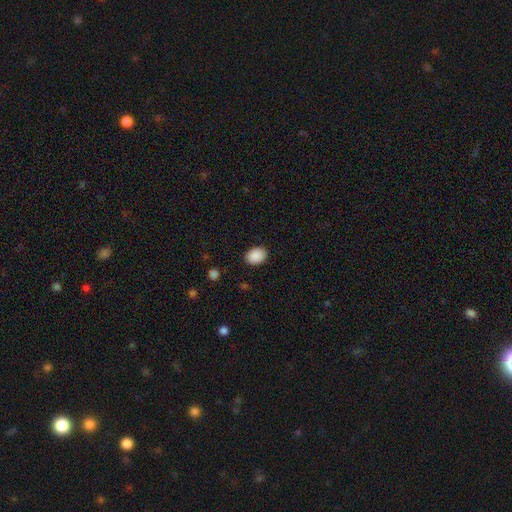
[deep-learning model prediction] A smooth galaxy with no disk features (90%) that is in between round and cigar-shaped (67%).

Vote fractions:
- Smooth or featured? smooth: 90% / star or artifact: 7% / featured or disk: 3%
- How rounded? in between: 67% / round: 32% / cigar-shaped: 1%
- Merging? none: 89% / minor disturbance: 8% / major disturbance: 2% / merger: 1%